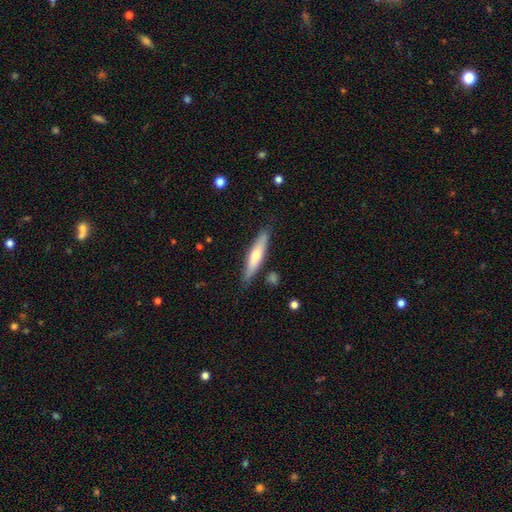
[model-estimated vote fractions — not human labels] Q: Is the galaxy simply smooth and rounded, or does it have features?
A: smooth — 51%.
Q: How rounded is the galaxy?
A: cigar-shaped — 82%.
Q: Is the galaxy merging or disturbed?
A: none — 84%.